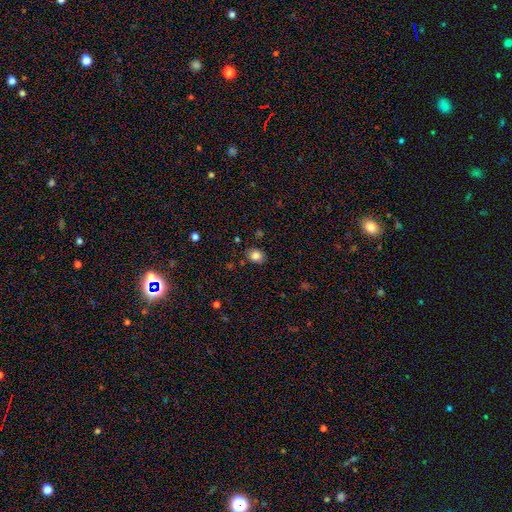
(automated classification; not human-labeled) Smooth or featured?
  - smooth: 83% *
  - star or artifact: 11%
  - featured or disk: 6%
How rounded?
  - round: 53% *
  - in between: 46%
  - cigar-shaped: 1%
Merging?
  - none: 83% *
  - minor disturbance: 12%
  - major disturbance: 3%
  - merger: 2%